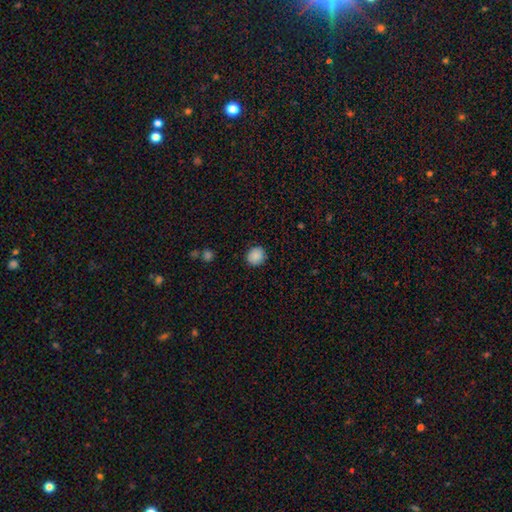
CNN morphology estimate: Smooth or featured?
  - smooth: 88% *
  - star or artifact: 9%
  - featured or disk: 3%
How rounded?
  - round: 82% *
  - in between: 17%
  - cigar-shaped: 1%
Merging?
  - none: 88% *
  - minor disturbance: 9%
  - major disturbance: 2%
  - merger: 1%